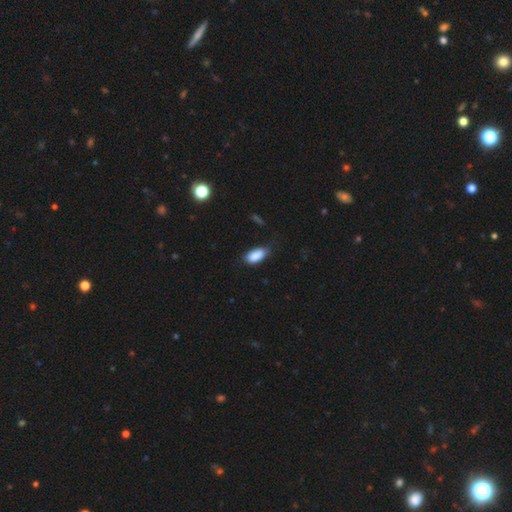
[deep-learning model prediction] Morphology: type=smooth (86%); roundness=in between (90%); merging=none (62%).